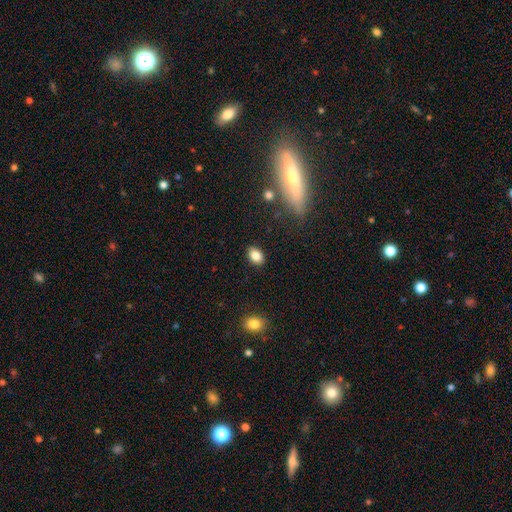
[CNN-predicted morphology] The model was most divided on "how rounded": in between: 79%, round: 20%, cigar-shaped: 1%. More confident: merging — none (88%); smooth or featured — smooth (84%).